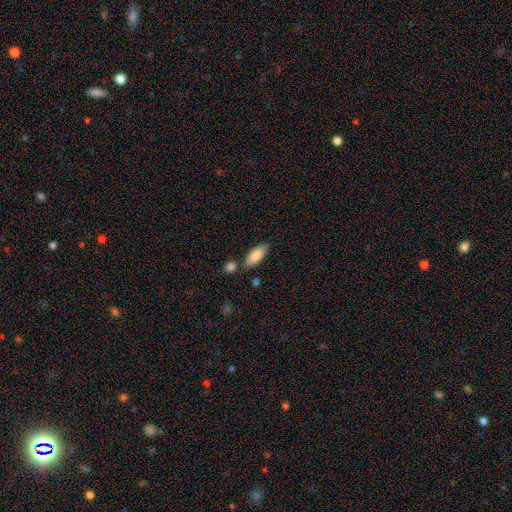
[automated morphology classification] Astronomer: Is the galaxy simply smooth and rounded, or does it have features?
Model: smooth — 85%.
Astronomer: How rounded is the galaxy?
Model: in between — 76%.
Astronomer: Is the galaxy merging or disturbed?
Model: none — 71%.